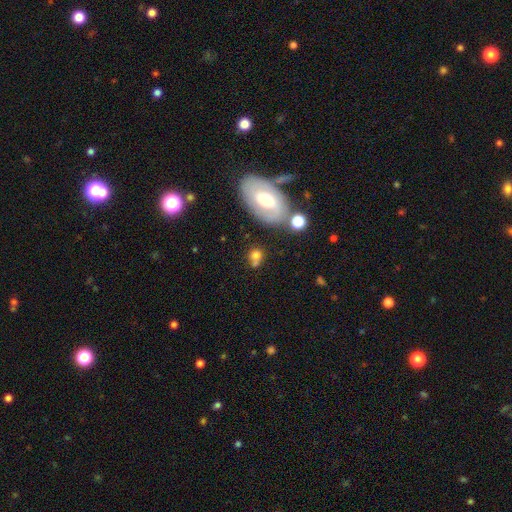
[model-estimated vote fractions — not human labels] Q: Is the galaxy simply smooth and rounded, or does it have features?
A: smooth — 68%.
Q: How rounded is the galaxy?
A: round — 64%.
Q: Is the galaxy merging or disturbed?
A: none — 55%.